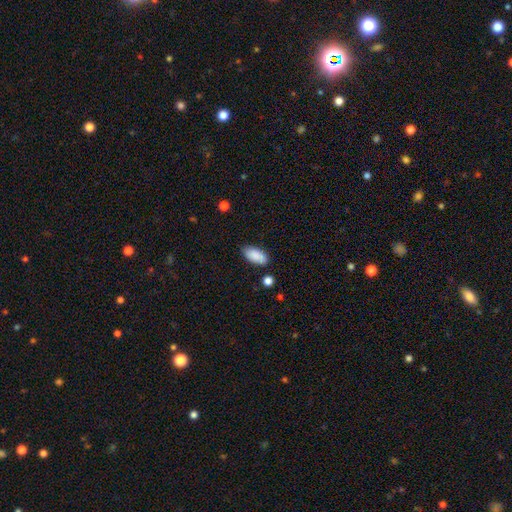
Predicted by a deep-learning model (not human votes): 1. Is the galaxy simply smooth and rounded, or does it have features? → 88% smooth, 7% star or artifact, 5% featured or disk.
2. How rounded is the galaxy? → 91% in between, 6% cigar-shaped, 2% round.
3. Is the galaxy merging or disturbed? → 80% none, 14% minor disturbance, 3% merger, 3% major disturbance.